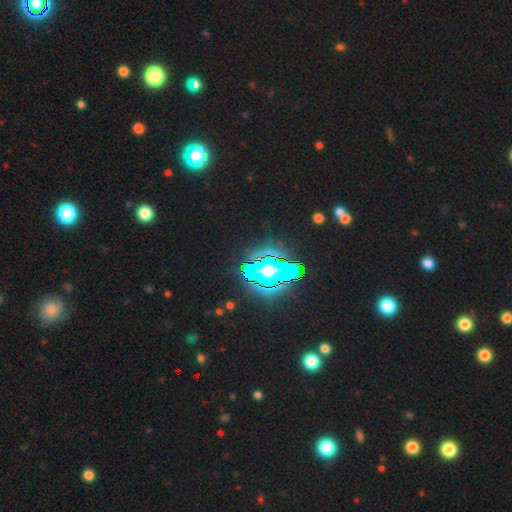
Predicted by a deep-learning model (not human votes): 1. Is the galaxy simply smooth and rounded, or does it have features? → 83% star or artifact, 10% smooth, 7% featured or disk.